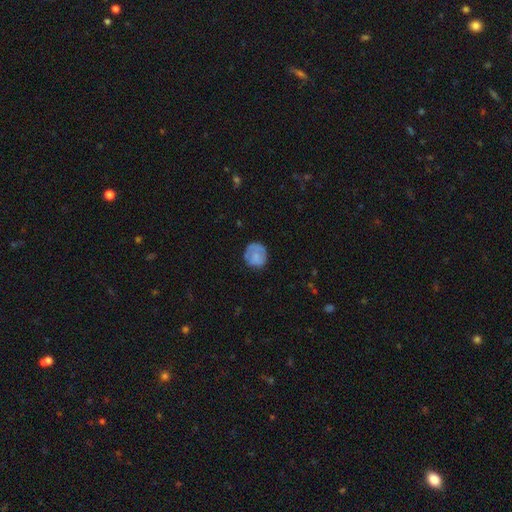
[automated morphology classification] Smooth or featured?
  - smooth: 70% *
  - featured or disk: 22%
  - star or artifact: 7%
How rounded?
  - round: 87% *
  - in between: 12%
  - cigar-shaped: 1%
Merging?
  - none: 71% *
  - minor disturbance: 20%
  - major disturbance: 7%
  - merger: 1%